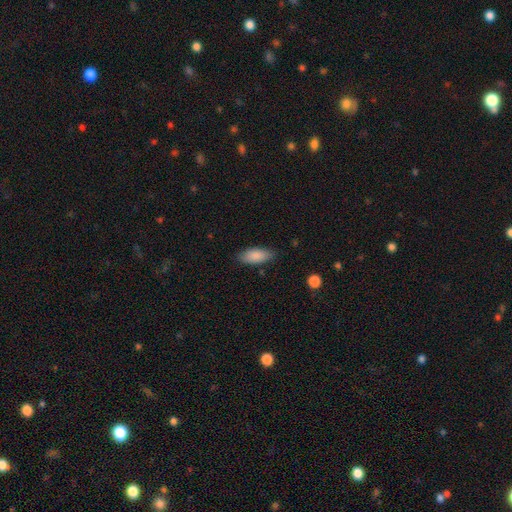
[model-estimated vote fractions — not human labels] A smooth galaxy with no disk features (87%) that is in between round and cigar-shaped (83%). Merging: none (83%).